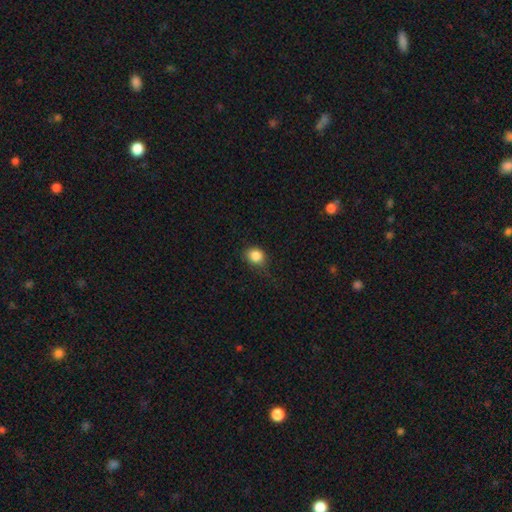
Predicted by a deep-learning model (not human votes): Smooth or featured? smooth (85%)
How rounded? round (73%)
Merging? none (69%)